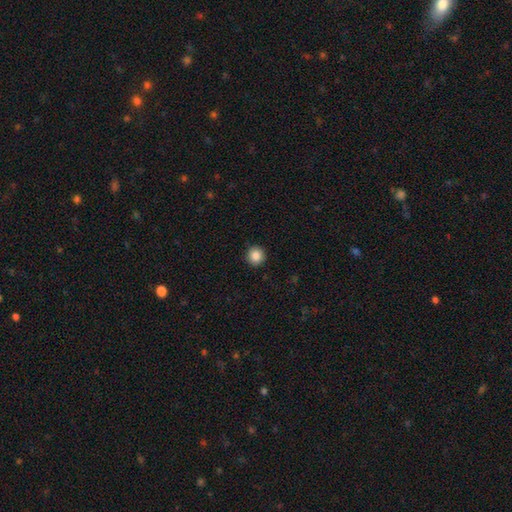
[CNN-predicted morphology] The model was most divided on "smooth or featured": smooth: 86%, star or artifact: 10%, featured or disk: 4%. More confident: how rounded — round (95%); merging — none (93%).